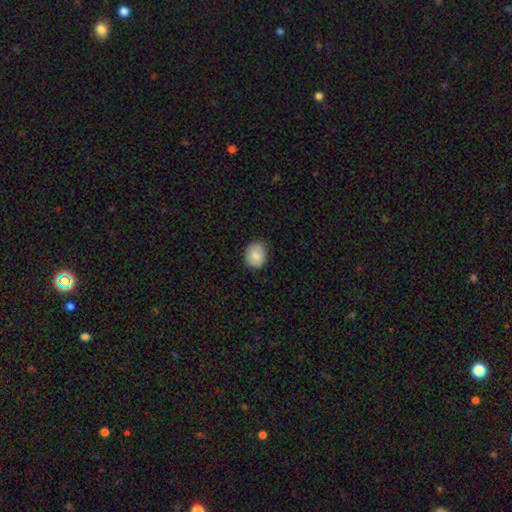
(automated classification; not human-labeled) smooth-or-featured: smooth: 80% | featured or disk: 13% | star or artifact: 7%
  how-rounded: round: 59% | in between: 40% | cigar-shaped: 1%
  merging: none: 82% | minor disturbance: 14% | major disturbance: 3% | merger: 1%